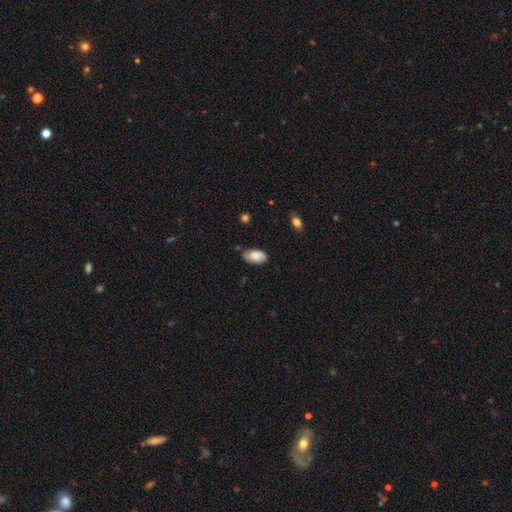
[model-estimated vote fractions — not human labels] Smooth or featured: smooth — 78% (featured or disk — 15%)
How rounded: in between — 94% (round — 4%)
Merging: none — 65% (minor disturbance — 28%)